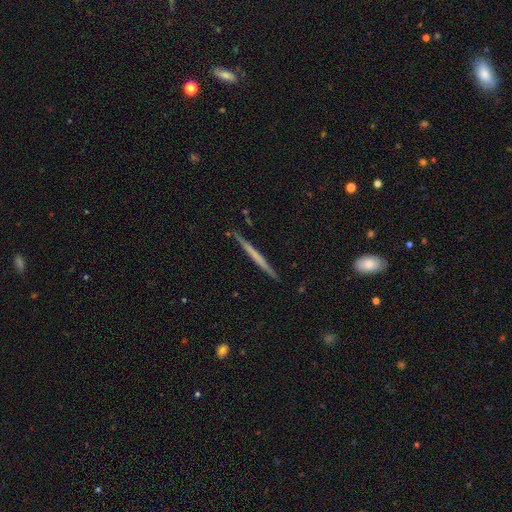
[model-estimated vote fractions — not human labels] Smooth or featured? featured or disk (53%)
Edge-on disk? yes (98%)
Edge-on bulge? none (88%)
Merging? none (89%)